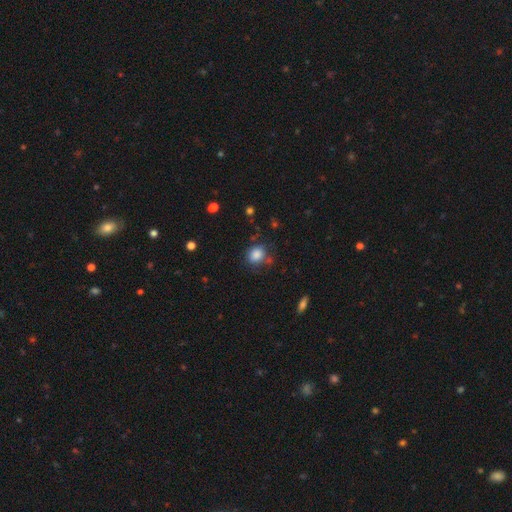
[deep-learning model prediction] Overall: smooth (84%). How rounded: round (72%). Merging: none (72%).